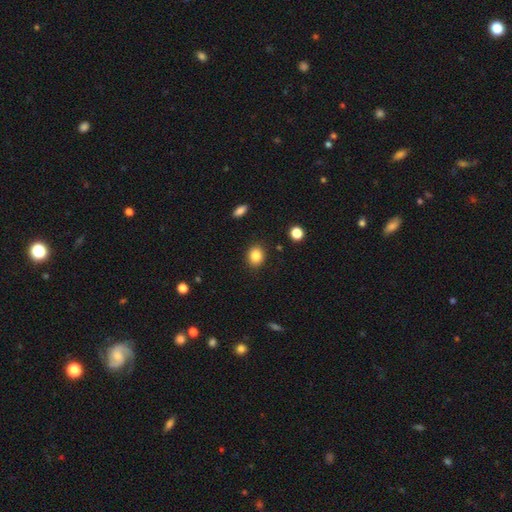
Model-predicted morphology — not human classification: This is clearly a smooth galaxy (85%). How rounded: possibly round (57%). Merging: clearly none (88%).